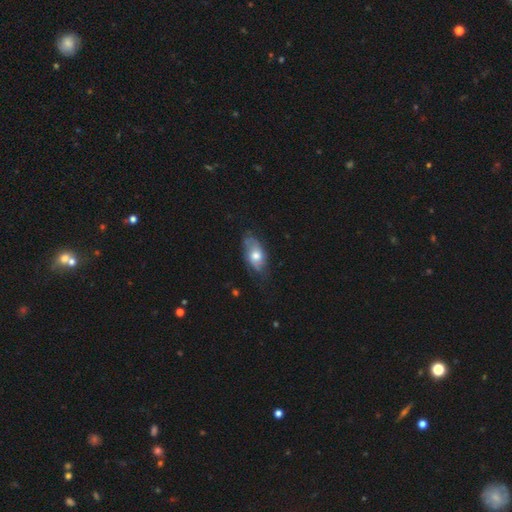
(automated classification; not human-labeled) A smooth galaxy with no disk features (47%).

Vote fractions:
- Smooth or featured? smooth: 47% / featured or disk: 46% / star or artifact: 7%
- Merging? none: 61% / minor disturbance: 28% / major disturbance: 10% / merger: 2%